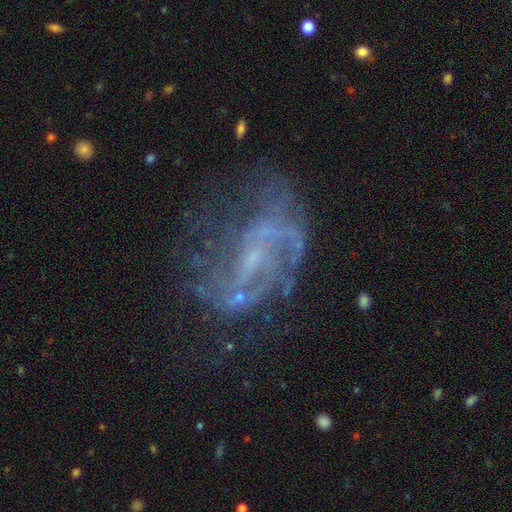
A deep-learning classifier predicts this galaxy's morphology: Smooth or featured? Predicted: featured or disk (p=0.76). Edge-on disk? Predicted: no (p=0.97). Bar? Predicted: no (p=0.49). Spiral arms? Predicted: yes (p=0.69). Spiral winding? Predicted: loose (p=0.47). Spiral arm count? Predicted: 2 (p=0.40). Bulge size? Predicted: small (p=0.48). Merging? Predicted: none (p=0.44).